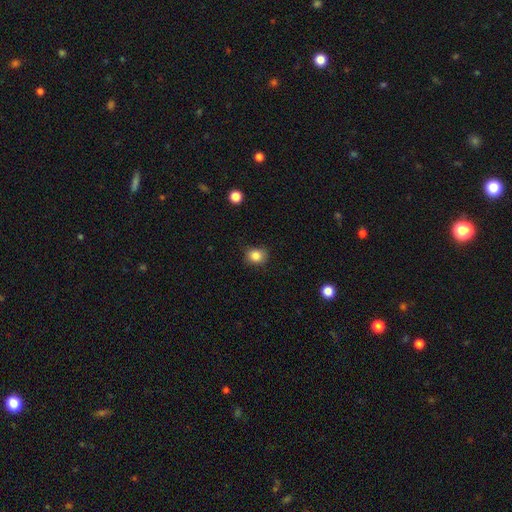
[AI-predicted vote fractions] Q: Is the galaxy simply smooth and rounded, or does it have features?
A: smooth — 85%.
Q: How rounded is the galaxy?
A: round — 67%.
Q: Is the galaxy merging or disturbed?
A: none — 81%.